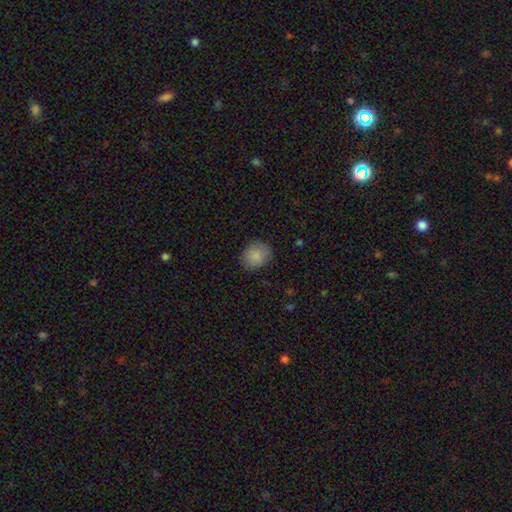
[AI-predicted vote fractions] Smooth or featured? Predicted: smooth (p=0.87). How rounded? Predicted: round (p=0.60). Merging? Predicted: none (p=0.85).